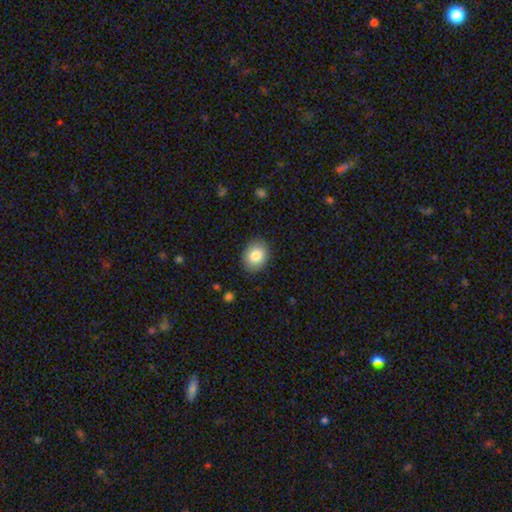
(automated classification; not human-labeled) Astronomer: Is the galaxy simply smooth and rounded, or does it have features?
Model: smooth — 85%.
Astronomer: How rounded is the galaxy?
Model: in between — 51% (runner-up: round, 48%).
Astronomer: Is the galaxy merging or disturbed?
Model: none — 88%.